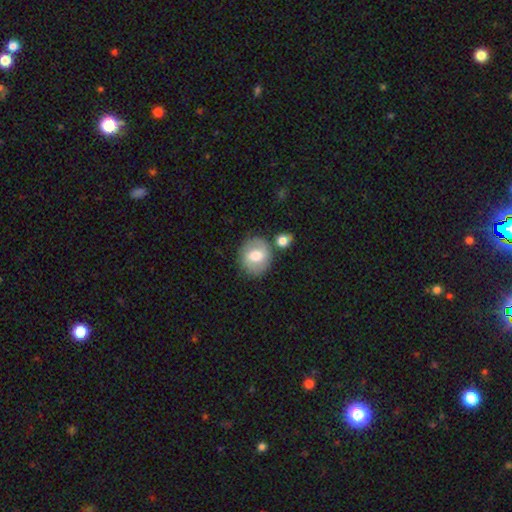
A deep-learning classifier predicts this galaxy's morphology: Smooth or featured: smooth — 62% (featured or disk — 31%)
How rounded: round — 72% (in between — 27%)
Merging: none — 71% (minor disturbance — 13%)